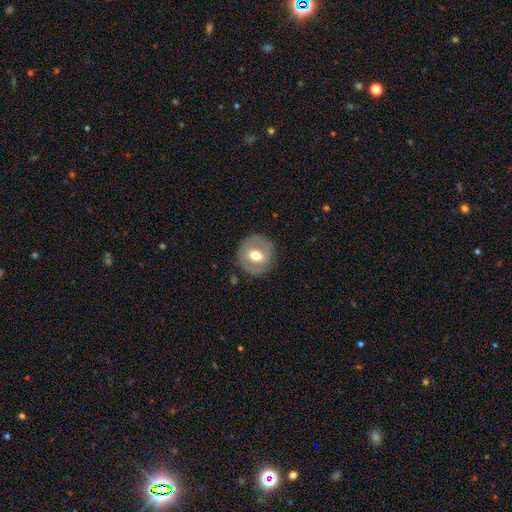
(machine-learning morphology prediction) smooth_or_featured: featured or disk (p=0.47) [alt: smooth p=0.46]
merging: none (p=0.84) [alt: minor disturbance p=0.10]